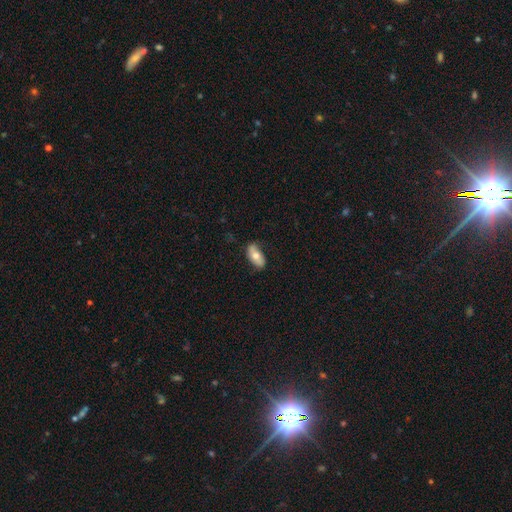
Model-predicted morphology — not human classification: smooth-or-featured: smooth: 67% | featured or disk: 27% | star or artifact: 6%
  how-rounded: in between: 91% | cigar-shaped: 6% | round: 3%
  merging: none: 75% | minor disturbance: 19% | major disturbance: 4% | merger: 1%